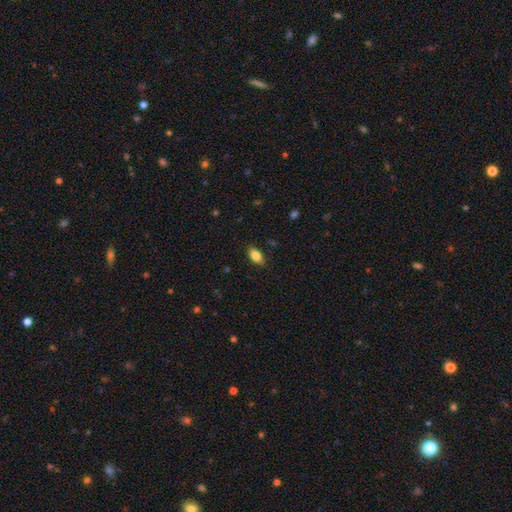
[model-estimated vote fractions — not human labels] This is clearly a smooth galaxy (81%). How rounded: clearly in between (90%). Merging: clearly none (87%).